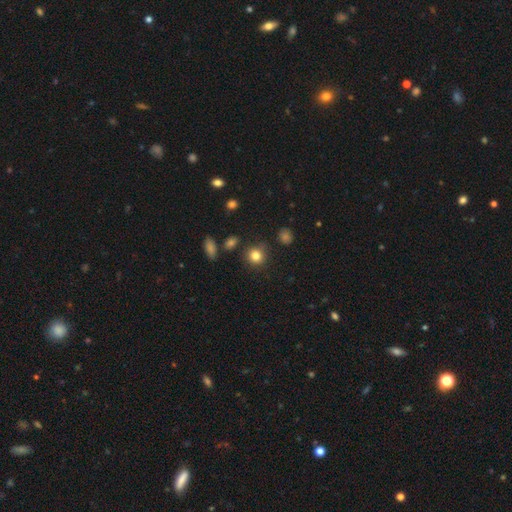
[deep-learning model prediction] A smooth galaxy with no disk features (82%) that is round (89%). Merging: none (85%).